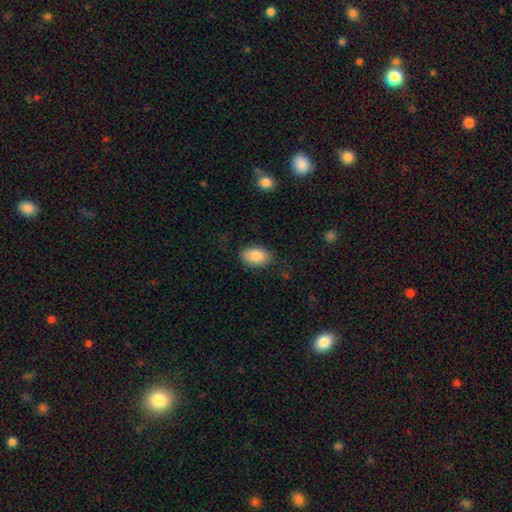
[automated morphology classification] Q: Smooth or featured?
A: smooth (84%); runner-up: featured or disk (9%)
Q: How rounded?
A: in between (88%); runner-up: round (11%)
Q: Merging?
A: none (78%); runner-up: minor disturbance (17%)